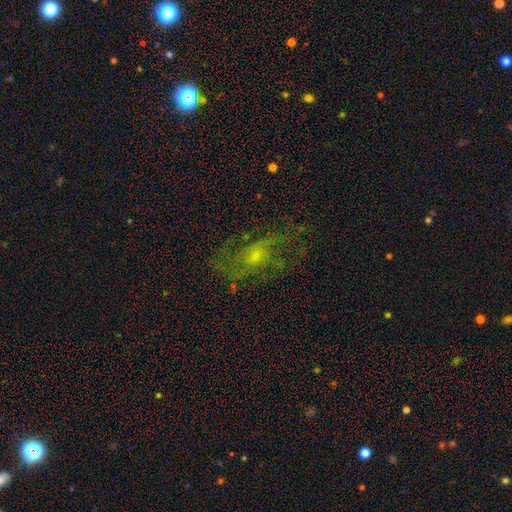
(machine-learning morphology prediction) This appears to be a featured or disk galaxy (57%) with no bar (73%), spiral arms (65%) and a small central bulge (57%). Merging: none (54%).